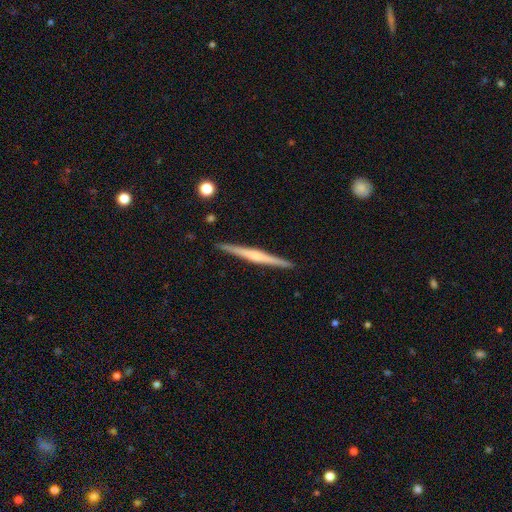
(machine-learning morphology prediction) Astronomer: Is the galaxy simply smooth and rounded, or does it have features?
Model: featured or disk — 70%.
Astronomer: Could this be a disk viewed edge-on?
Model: yes — 98%.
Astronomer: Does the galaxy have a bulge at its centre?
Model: rounded — 50% (runner-up: none, 29%).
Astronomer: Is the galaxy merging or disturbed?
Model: none — 92%.